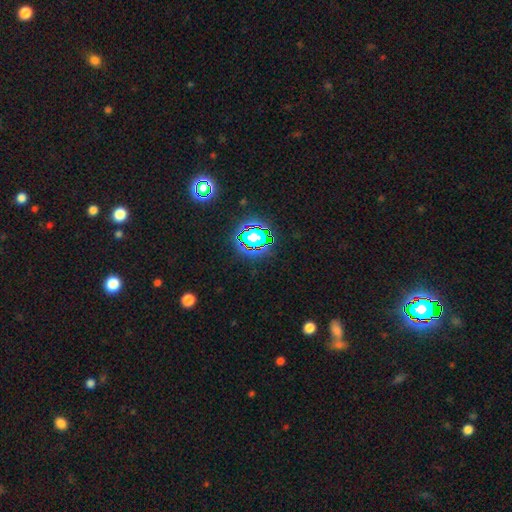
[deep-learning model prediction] Smooth or featured? Predicted: star or artifact (p=0.75).